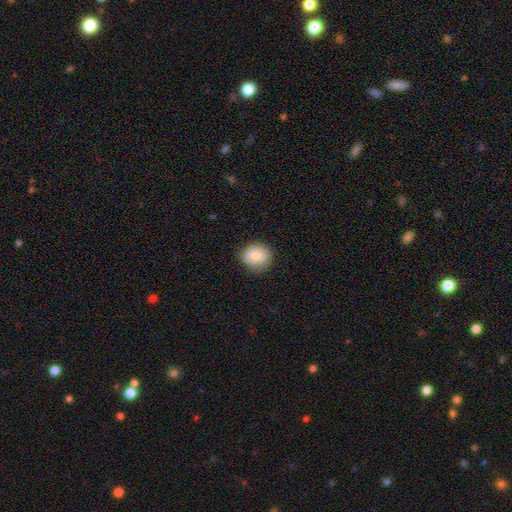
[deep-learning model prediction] smooth 82%, featured or disk 10%, star or artifact 8%. Down the decision tree: how rounded — round (82%); merging — none (79%).